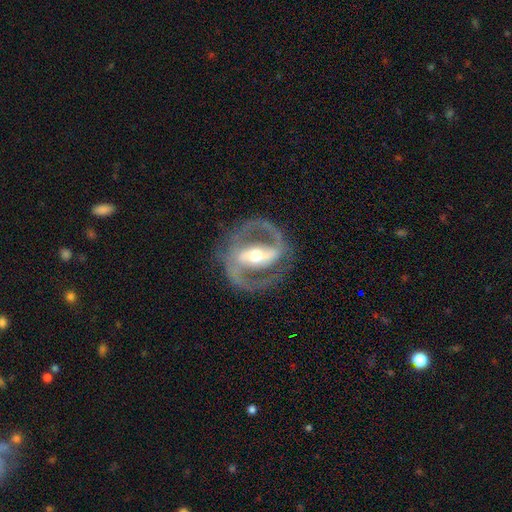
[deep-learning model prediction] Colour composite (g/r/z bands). It shows a featured or disk galaxy (90%) with a strong bar (68%), 2 (90%) medium (55%) spiral arms (90%) and a moderate central bulge (65%). Merging: none (79%).